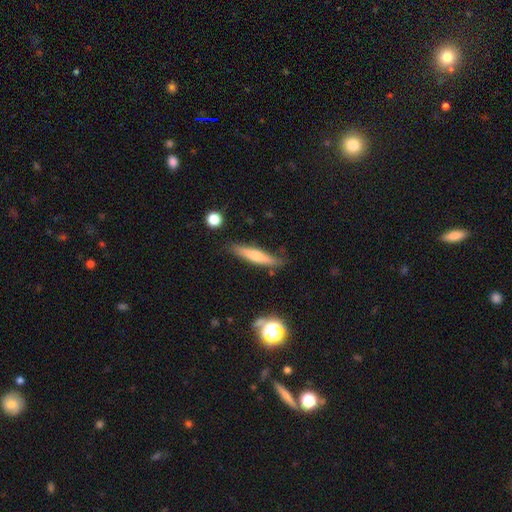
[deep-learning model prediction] Morphology: type=smooth (61%); roundness=cigar-shaped (86%); merging=none (80%).